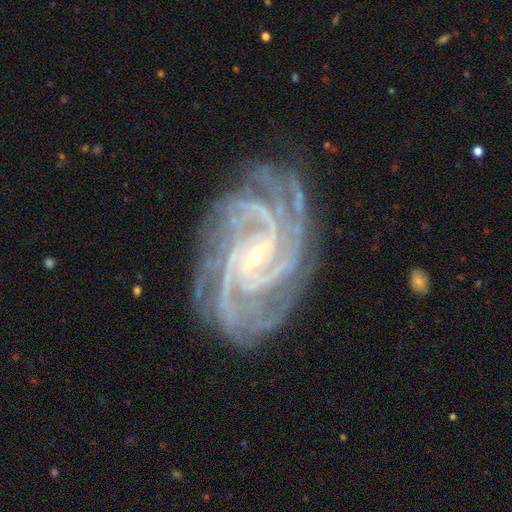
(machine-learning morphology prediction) smooth_or_featured: featured or disk (p=0.93) [alt: star or artifact p=0.05]
disk_edge_on: no (p=0.97) [alt: yes p=0.03]
bar: weak (p=0.43) [alt: no p=0.30]
has_spiral_arms: yes (p=0.99) [alt: no p=0.01]
spiral_winding: tight (p=0.71) [alt: medium p=0.25]
spiral_arm_count: 4 (p=0.34) [alt: more than 4 p=0.21]
bulge_size: small (p=0.81) [alt: moderate p=0.15]
merging: none (p=0.80) [alt: minor disturbance p=0.14]